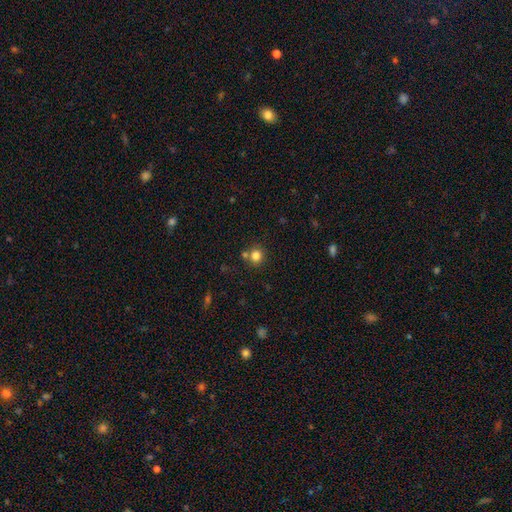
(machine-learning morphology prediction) smooth-or-featured: smooth: 81% | star or artifact: 13% | featured or disk: 7%
  how-rounded: round: 87% | in between: 12% | cigar-shaped: 1%
  merging: none: 70% | merger: 19% | minor disturbance: 9% | major disturbance: 3%